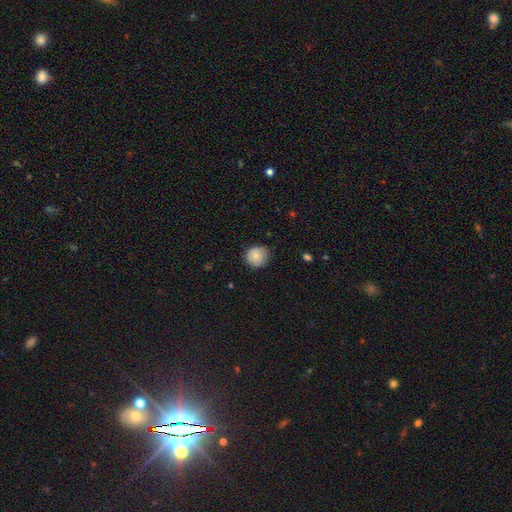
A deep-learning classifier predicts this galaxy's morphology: A smooth galaxy with no disk features (83%) that is round (91%).

Vote fractions:
- Smooth or featured? smooth: 83% / featured or disk: 9% / star or artifact: 8%
- How rounded? round: 91% / in between: 8% / cigar-shaped: 1%
- Merging? none: 78% / minor disturbance: 18% / major disturbance: 3% / merger: 1%